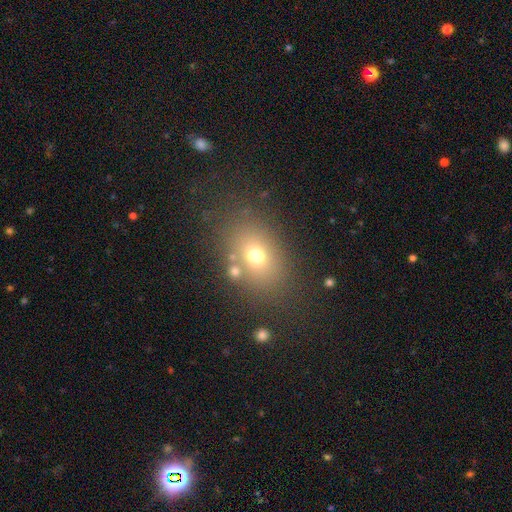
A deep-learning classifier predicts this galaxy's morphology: A smooth galaxy with no disk features (67%) that is in between round and cigar-shaped (69%). Merging: none (75%).